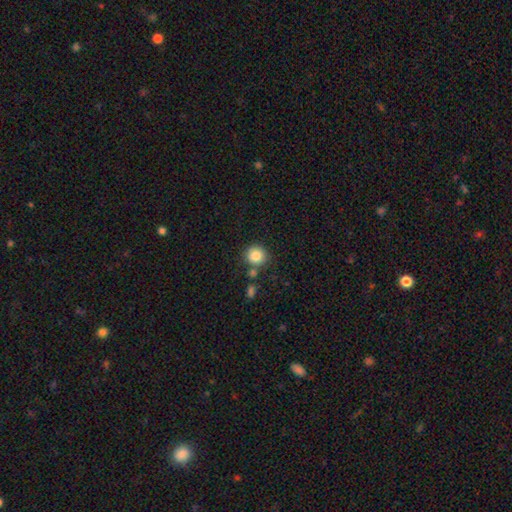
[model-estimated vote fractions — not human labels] Q: Smooth or featured?
A: smooth (85%); runner-up: star or artifact (10%)
Q: How rounded?
A: round (91%); runner-up: in between (8%)
Q: Merging?
A: none (75%); runner-up: merger (12%)